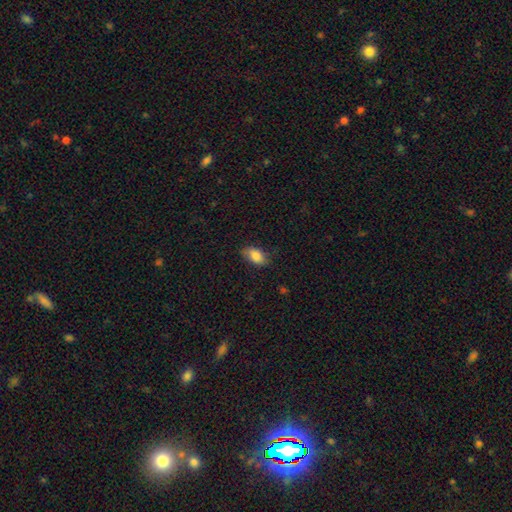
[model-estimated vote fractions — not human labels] Smooth or featured? smooth (84%)
How rounded? in between (91%)
Merging? none (76%)